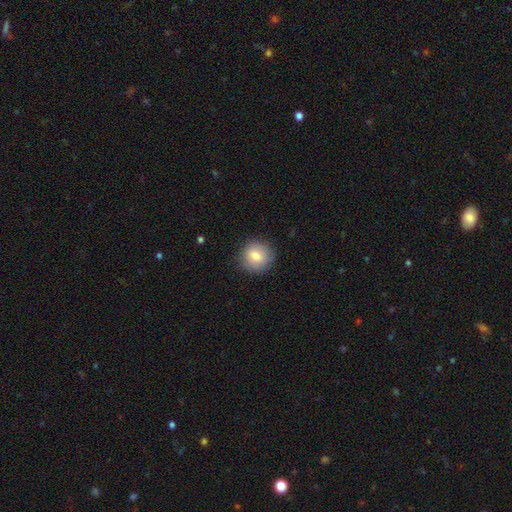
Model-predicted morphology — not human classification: Smooth or featured: smooth — 80% (featured or disk — 12%)
How rounded: round — 91% (in between — 8%)
Merging: none — 88% (minor disturbance — 9%)